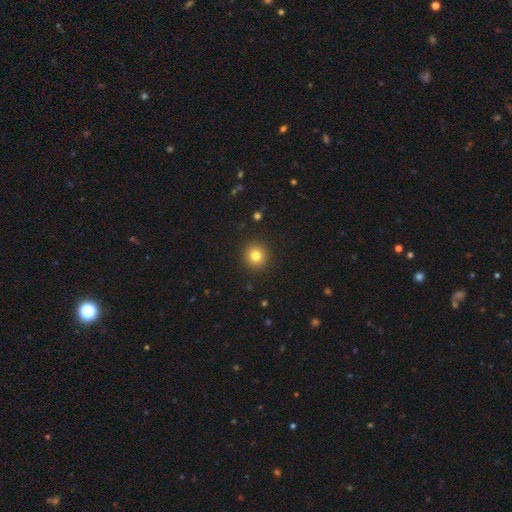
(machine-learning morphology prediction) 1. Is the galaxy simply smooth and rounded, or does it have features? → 81% smooth, 12% star or artifact, 7% featured or disk.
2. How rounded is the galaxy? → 94% round, 5% in between, 1% cigar-shaped.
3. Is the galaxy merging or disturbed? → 92% none, 5% minor disturbance, 2% major disturbance, 1% merger.